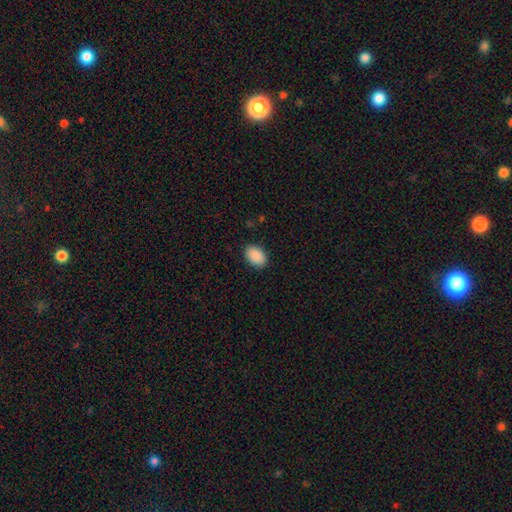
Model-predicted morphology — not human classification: smooth-or-featured: smooth: 91% | star or artifact: 7% | featured or disk: 2%
  how-rounded: in between: 85% | round: 14% | cigar-shaped: 1%
  merging: none: 89% | minor disturbance: 8% | major disturbance: 2% | merger: 1%